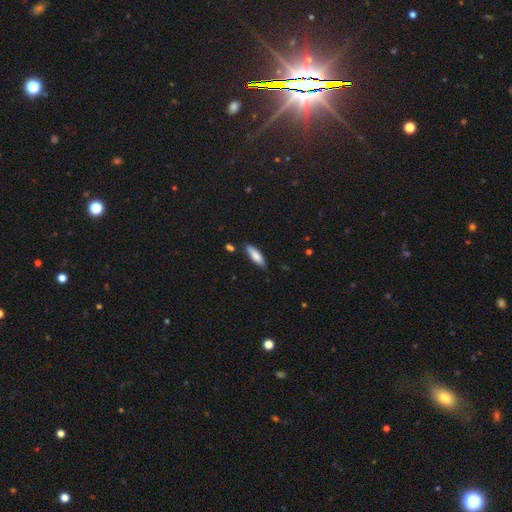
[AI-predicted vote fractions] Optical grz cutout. It shows a smooth galaxy with no disk features (80%) that is cigar-shaped (54%). Merging: none (79%).